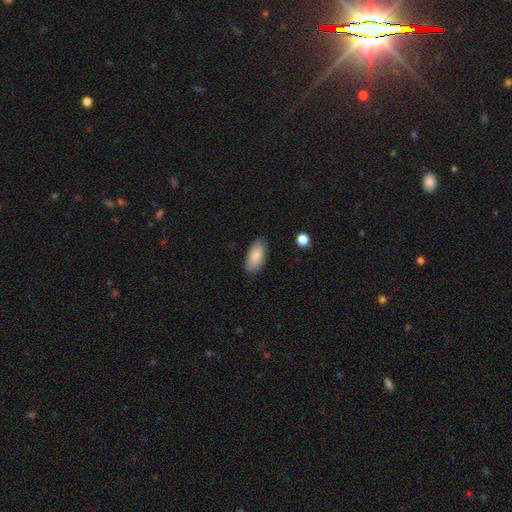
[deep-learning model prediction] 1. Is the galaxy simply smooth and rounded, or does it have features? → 87% smooth, 6% star or artifact, 6% featured or disk.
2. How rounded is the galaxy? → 92% in between, 6% cigar-shaped, 2% round.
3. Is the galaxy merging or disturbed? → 86% none, 10% minor disturbance, 2% major disturbance, 1% merger.